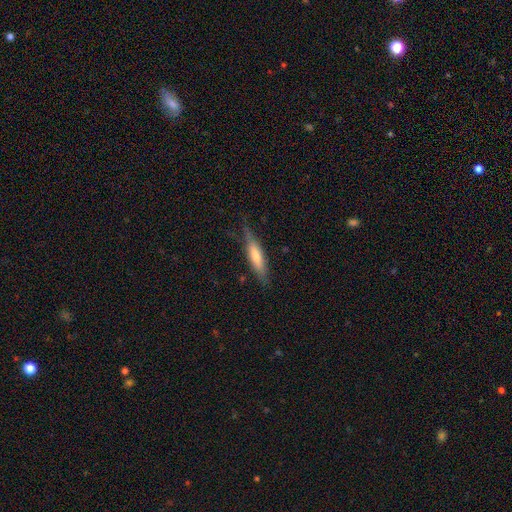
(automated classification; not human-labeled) smooth-or-featured: smooth: 53% | featured or disk: 41% | star or artifact: 6%
  how-rounded: cigar-shaped: 83% | in between: 16% | round: 1%
  merging: none: 75% | minor disturbance: 19% | major disturbance: 4% | merger: 1%